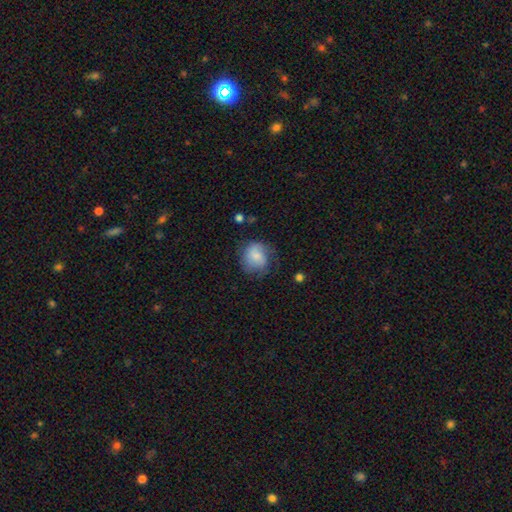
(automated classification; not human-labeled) Overall: smooth (68%). How rounded: round (71%). Merging: none (55%; minor disturbance 27%).